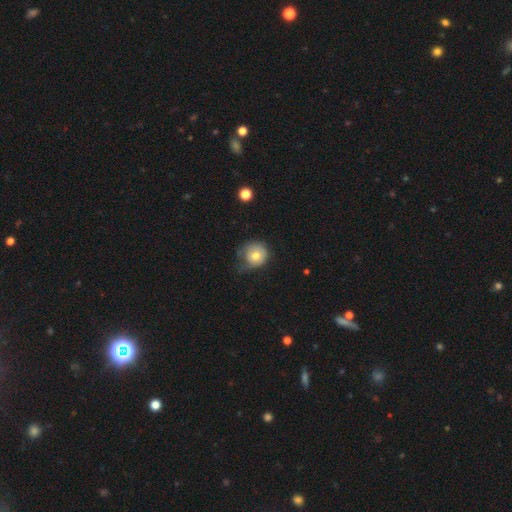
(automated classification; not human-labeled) smooth-or-featured: smooth: 72% | featured or disk: 19% | star or artifact: 9%
  how-rounded: round: 87% | in between: 12% | cigar-shaped: 1%
  merging: none: 41% | minor disturbance: 37% | major disturbance: 19% | merger: 3%